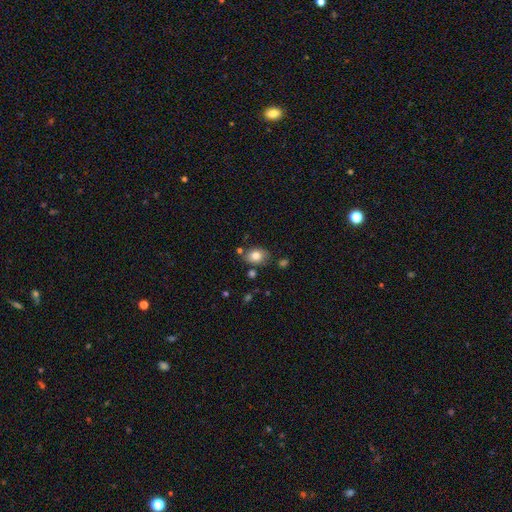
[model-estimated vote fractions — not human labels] A smooth galaxy with no disk features (80%) that is in between round and cigar-shaped (70%).

Vote fractions:
- Smooth or featured? smooth: 80% / featured or disk: 11% / star or artifact: 9%
- How rounded? in between: 70% / round: 29% / cigar-shaped: 1%
- Merging? none: 75% / minor disturbance: 15% / merger: 6% / major disturbance: 3%